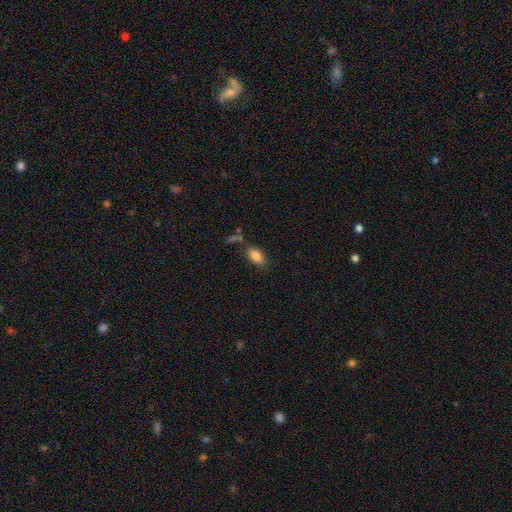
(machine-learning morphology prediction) The model was most divided on "merging": none: 73%, minor disturbance: 14%, merger: 8%, major disturbance: 5%. More confident: how rounded — in between (92%); smooth or featured — smooth (85%).